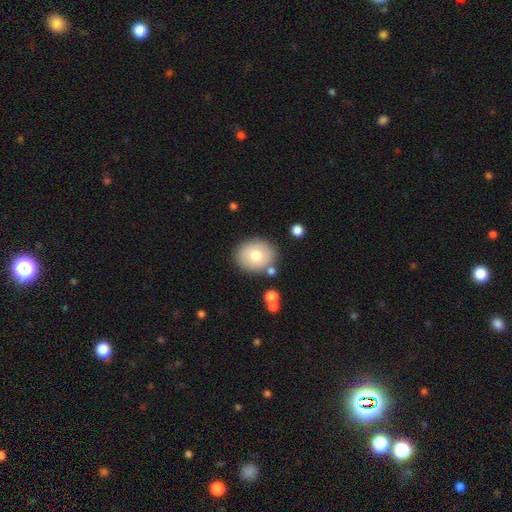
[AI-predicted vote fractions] Smooth or featured?
  - smooth: 71% *
  - featured or disk: 20%
  - star or artifact: 8%
How rounded?
  - round: 69% *
  - in between: 30%
  - cigar-shaped: 1%
Merging?
  - none: 82% *
  - minor disturbance: 10%
  - merger: 5%
  - major disturbance: 3%